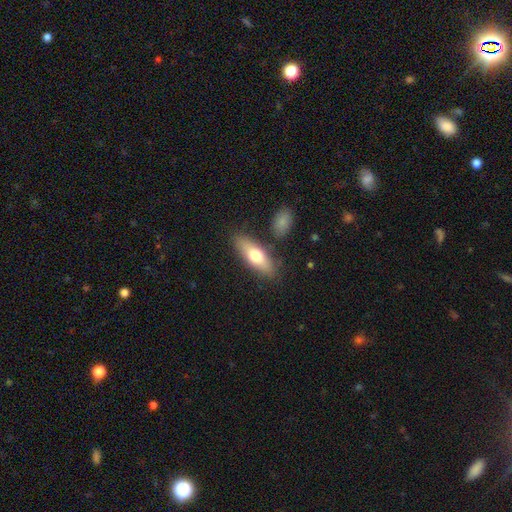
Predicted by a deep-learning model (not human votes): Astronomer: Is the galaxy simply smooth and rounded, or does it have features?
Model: smooth — 65%.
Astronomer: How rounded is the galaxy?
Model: in between — 62%.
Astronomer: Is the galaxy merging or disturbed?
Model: none — 81%.